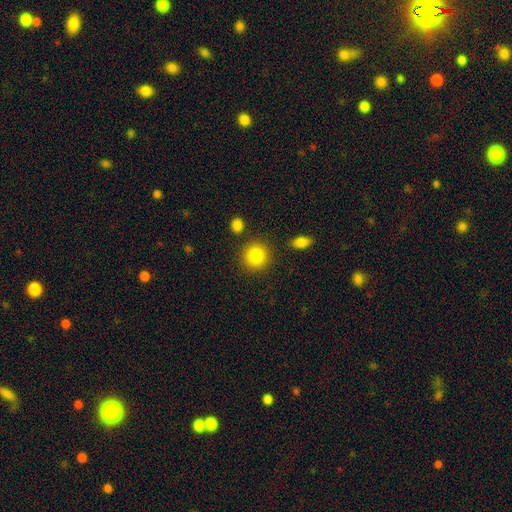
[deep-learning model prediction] Morphology: type=smooth (86%); roundness=round (91%); merging=none (87%).